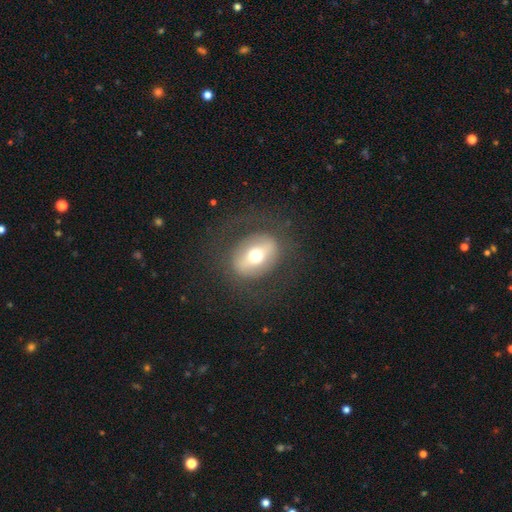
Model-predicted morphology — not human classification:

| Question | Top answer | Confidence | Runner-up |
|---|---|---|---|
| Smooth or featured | smooth | 47% | featured or disk (45%) |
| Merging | none | 77% | major disturbance (11%) |